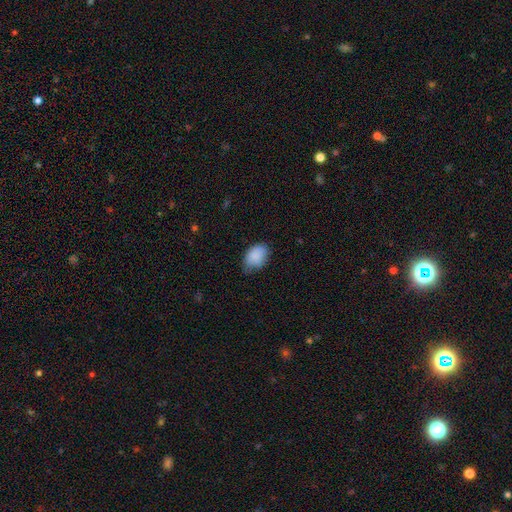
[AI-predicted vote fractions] The model was most divided on "merging": none: 61%, minor disturbance: 32%, major disturbance: 6%, merger: 1%. More confident: smooth or featured — smooth (88%); how rounded — in between (84%).